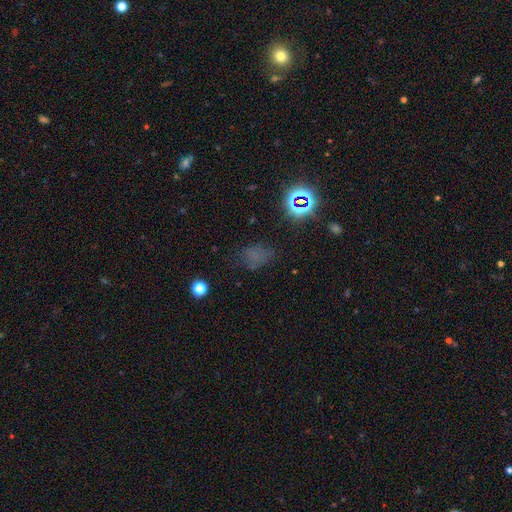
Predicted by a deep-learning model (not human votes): Morphology: type=smooth (52%); roundness=in between (56%); merging=none (62%).